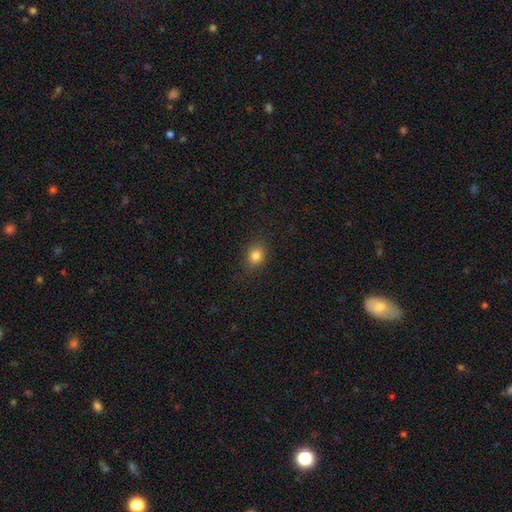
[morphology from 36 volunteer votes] Smooth or featured?
  - smooth: 89% *
  - featured or disk: 6%
  - star or artifact: 6%
How rounded?
  - round: 81% *
  - in between: 19%
  - cigar-shaped: 0%
Merging?
  - none: 97% *
  - minor disturbance: 3%
  - major disturbance: 0%
  - merger: 0%